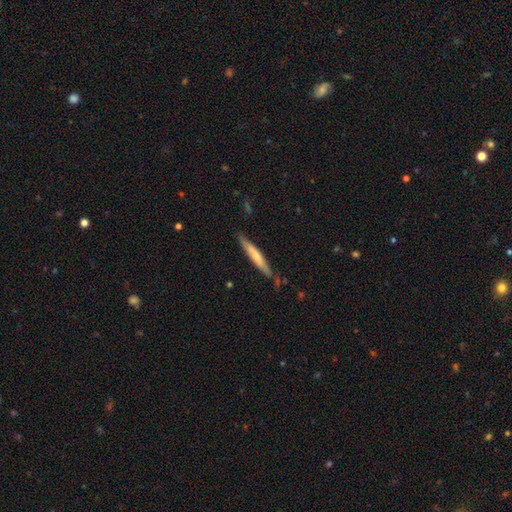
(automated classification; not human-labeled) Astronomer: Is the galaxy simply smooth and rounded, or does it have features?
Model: smooth — 56% (runner-up: featured or disk, 39%).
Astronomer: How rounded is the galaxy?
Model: cigar-shaped — 93%.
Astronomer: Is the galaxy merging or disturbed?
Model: none — 79%.